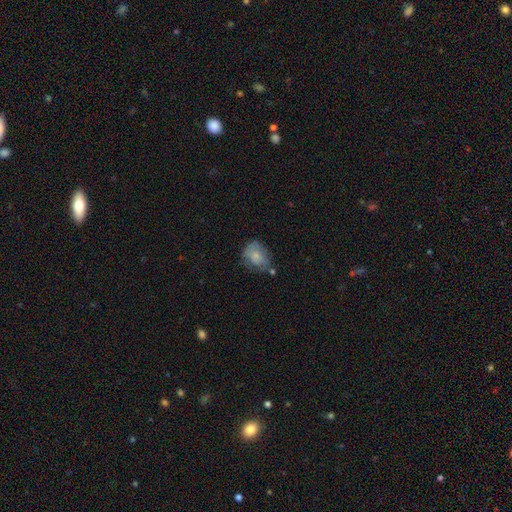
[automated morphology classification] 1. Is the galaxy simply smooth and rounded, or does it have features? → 69% smooth, 22% featured or disk, 8% star or artifact.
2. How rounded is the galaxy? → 59% in between, 39% round, 1% cigar-shaped.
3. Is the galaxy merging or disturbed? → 44% none, 32% minor disturbance, 16% major disturbance, 7% merger.